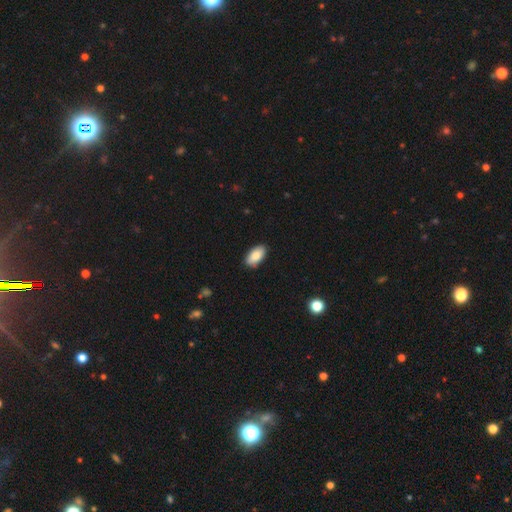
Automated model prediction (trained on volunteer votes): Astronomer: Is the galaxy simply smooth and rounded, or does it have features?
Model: smooth — 85%.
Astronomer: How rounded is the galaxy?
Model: in between — 94%.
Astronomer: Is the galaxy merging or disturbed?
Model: none — 88%.